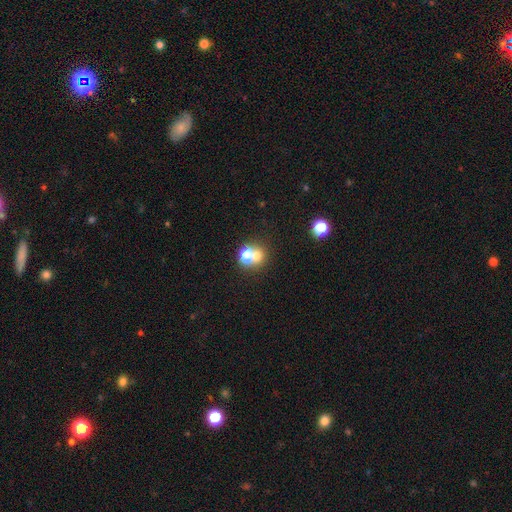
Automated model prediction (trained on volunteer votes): A smooth galaxy with no disk features (67%) that is round (76%). Merging: merger (51%).